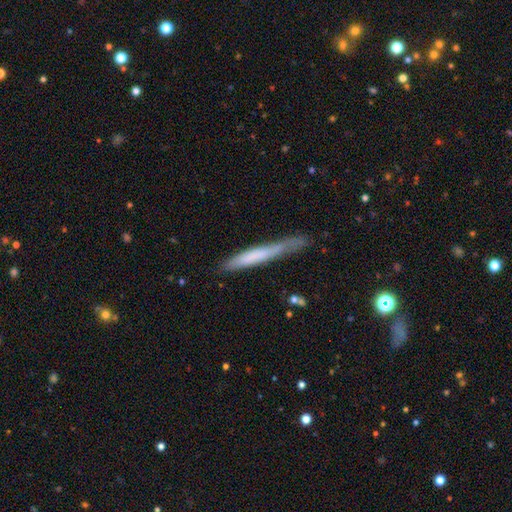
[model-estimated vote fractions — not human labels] Smooth or featured? smooth (59%)
How rounded? cigar-shaped (95%)
Merging? none (63%)